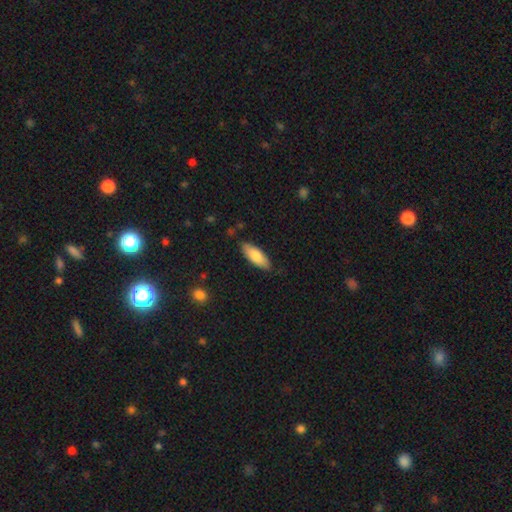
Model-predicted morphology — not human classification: Smooth or featured? smooth (80%)
How rounded? in between (73%)
Merging? none (84%)